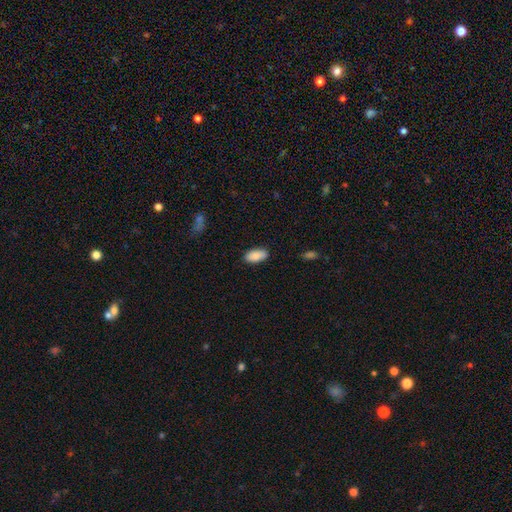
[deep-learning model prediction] Q: Smooth or featured?
A: smooth (88%); runner-up: star or artifact (6%)
Q: How rounded?
A: in between (93%); runner-up: cigar-shaped (5%)
Q: Merging?
A: none (86%); runner-up: minor disturbance (10%)